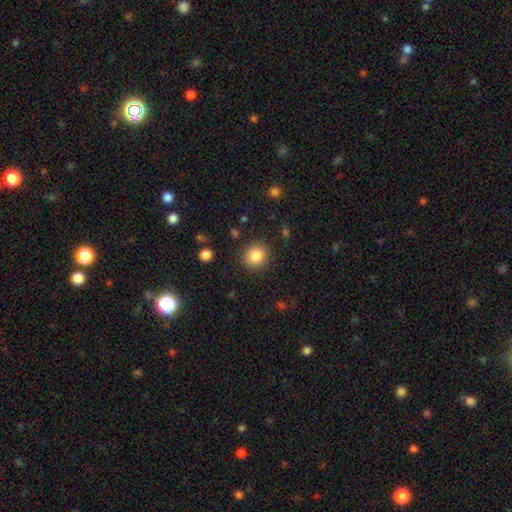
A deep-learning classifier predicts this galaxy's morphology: smooth-or-featured: smooth: 84% | star or artifact: 10% | featured or disk: 6%
  how-rounded: round: 84% | in between: 15% | cigar-shaped: 1%
  merging: none: 88% | minor disturbance: 7% | major disturbance: 3% | merger: 1%